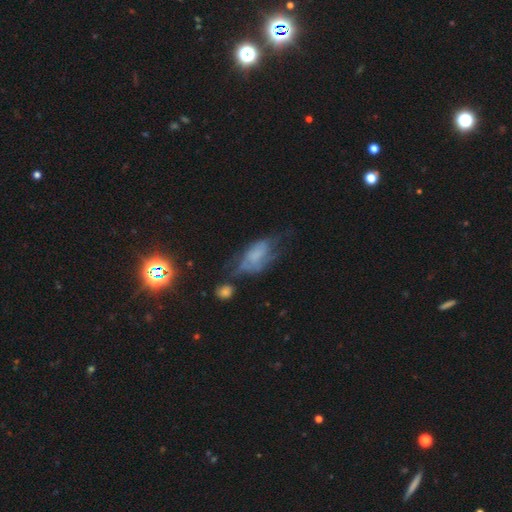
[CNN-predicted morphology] featured or disk 50%, smooth 35%, star or artifact 15%. Down the decision tree: merging — major disturbance (34%).